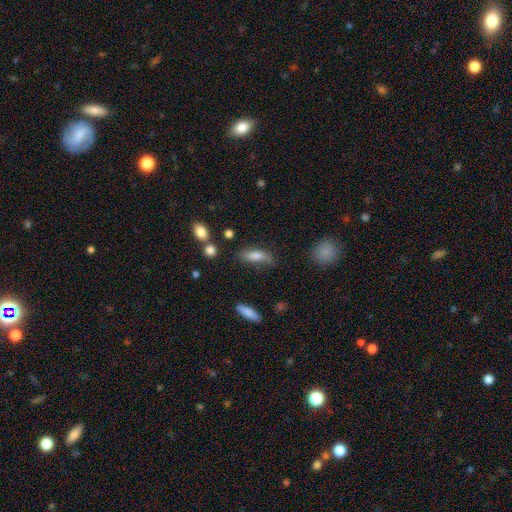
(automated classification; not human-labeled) This is likely a smooth galaxy (74%). How rounded: likely in between (62%). Merging: possibly none (60%).